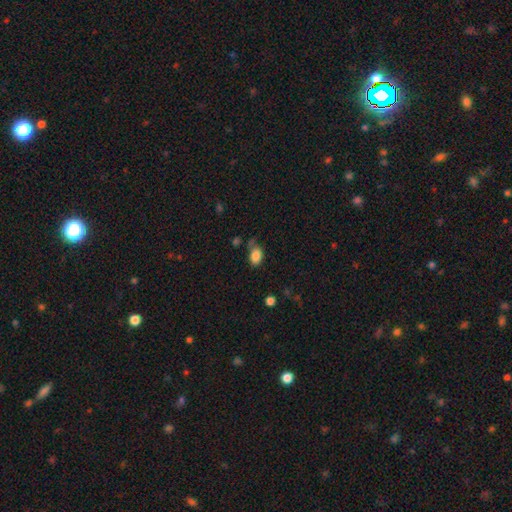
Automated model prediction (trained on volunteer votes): A smooth galaxy with no disk features (86%) that is in between round and cigar-shaped (82%).

Vote fractions:
- Smooth or featured? smooth: 86% / star or artifact: 9% / featured or disk: 5%
- How rounded? in between: 82% / round: 16% / cigar-shaped: 1%
- Merging? none: 59% / minor disturbance: 24% / merger: 10% / major disturbance: 7%